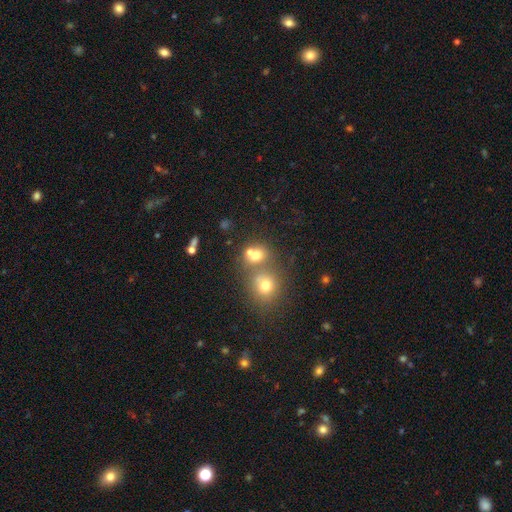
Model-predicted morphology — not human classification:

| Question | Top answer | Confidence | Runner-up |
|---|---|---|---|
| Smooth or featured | smooth | 70% | star or artifact (17%) |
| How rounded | round | 73% | in between (26%) |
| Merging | merger | 45% | none (43%) |